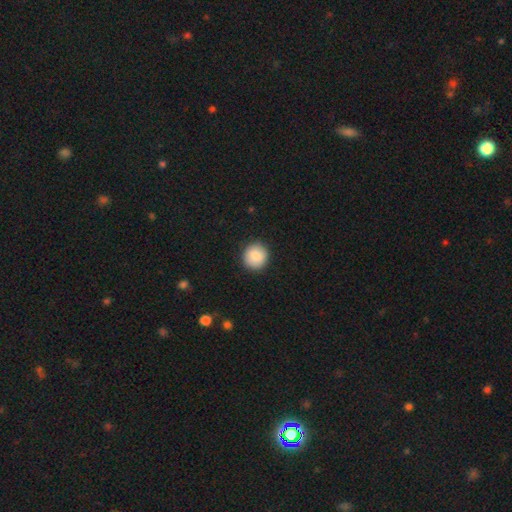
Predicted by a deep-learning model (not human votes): Smooth or featured? smooth (86%)
How rounded? round (92%)
Merging? none (90%)